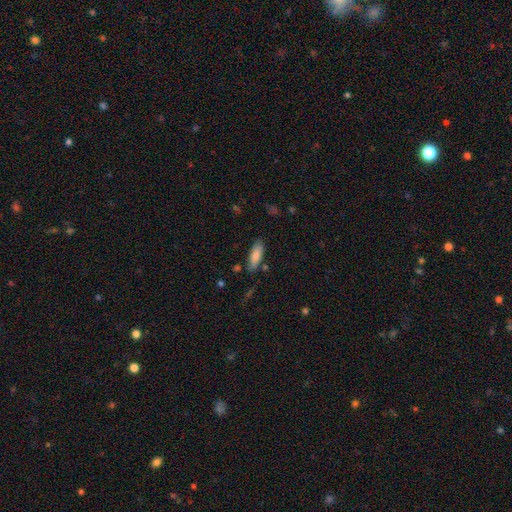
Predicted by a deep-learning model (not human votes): Smooth or featured? Predicted: smooth (p=0.77). How rounded? Predicted: in between (p=0.57). Merging? Predicted: none (p=0.80).